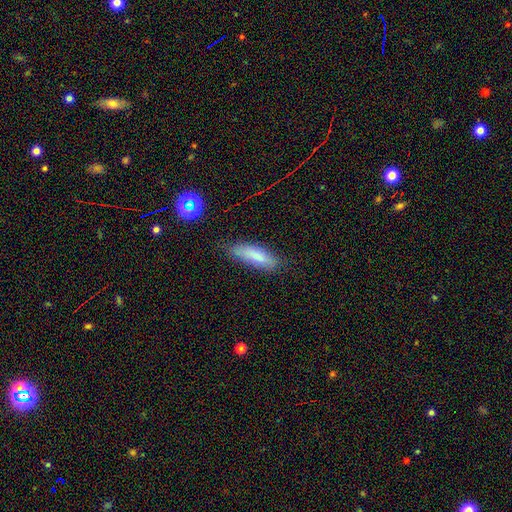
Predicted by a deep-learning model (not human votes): The model was most divided on "how rounded": cigar-shaped: 53%, in between: 45%, round: 2%. More confident: smooth or featured — smooth (79%); merging — none (73%).